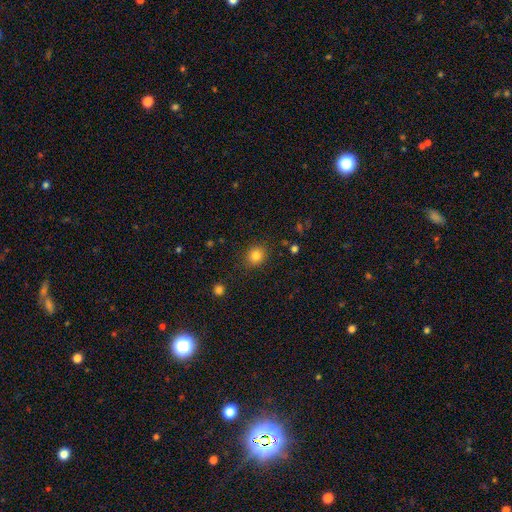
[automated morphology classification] smooth-or-featured: smooth: 82% | star or artifact: 12% | featured or disk: 6%
  how-rounded: round: 76% | in between: 23% | cigar-shaped: 1%
  merging: none: 86% | minor disturbance: 9% | major disturbance: 3% | merger: 1%